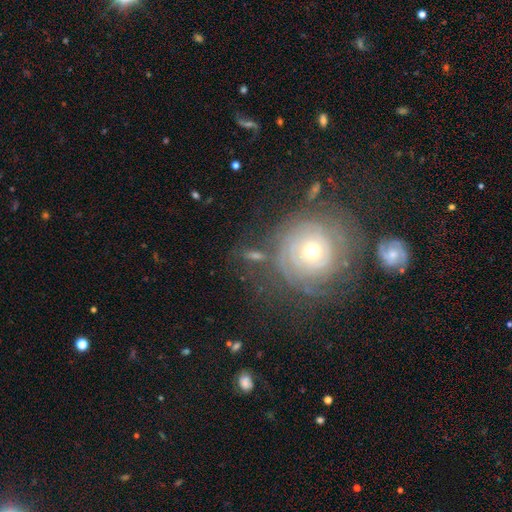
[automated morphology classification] Smooth or featured: featured or disk — 68% (smooth — 20%)
Edge-on disk: no — 94% (yes — 6%)
Bar: no — 73% (weak — 19%)
Spiral arms: yes — 83% (no — 17%)
Spiral winding: tight — 80% (medium — 14%)
Spiral arm count: can't tell — 44% (2 — 20%)
Bulge size: moderate — 59% (small — 34%)
Merging: none — 66% (minor disturbance — 16%)